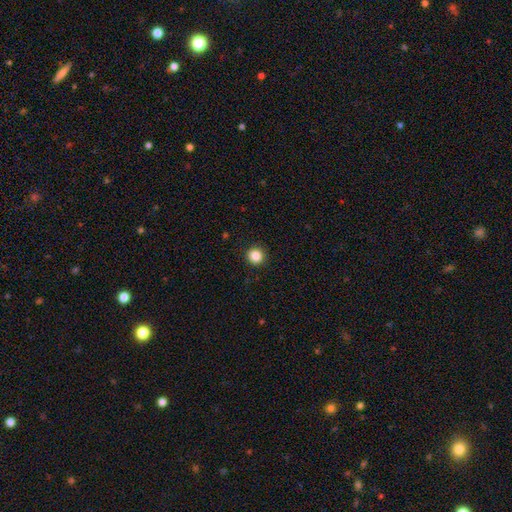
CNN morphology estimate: type=smooth (87%); roundness=round (95%); merging=none (92%).